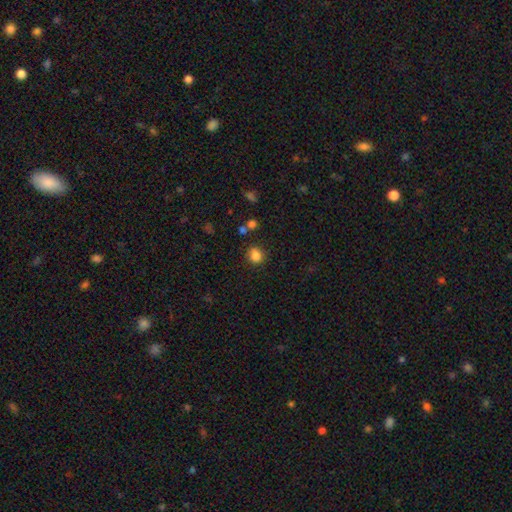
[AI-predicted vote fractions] Morphology: type=smooth (83%); roundness=round (72%); merging=none (75%).